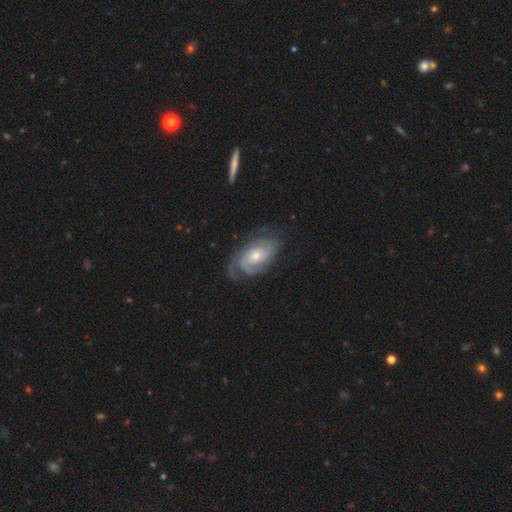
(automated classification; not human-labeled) Smooth or featured? featured or disk (83%)
Edge-on disk? no (95%)
Bar? no (67%)
Spiral arms? yes (95%)
Spiral winding? tight (61%)
Spiral arm count? 2 (39%)
Bulge size? moderate (56%)
Merging? none (69%)